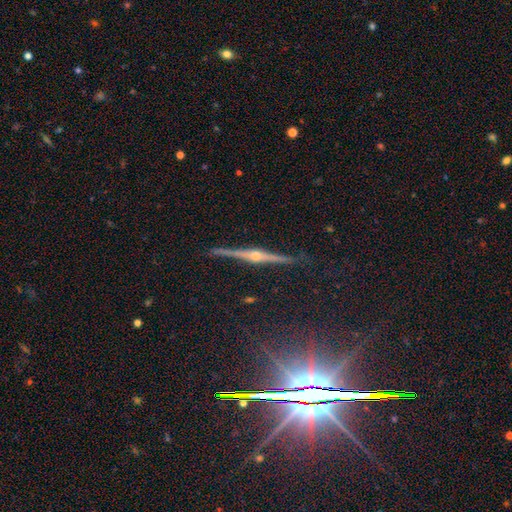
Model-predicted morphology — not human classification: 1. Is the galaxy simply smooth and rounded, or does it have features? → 84% featured or disk, 9% star or artifact, 6% smooth.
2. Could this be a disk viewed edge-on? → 98% yes, 2% no.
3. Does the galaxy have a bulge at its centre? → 92% rounded, 4% boxy, 3% none.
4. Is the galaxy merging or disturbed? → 88% none, 9% minor disturbance, 2% major disturbance, 1% merger.